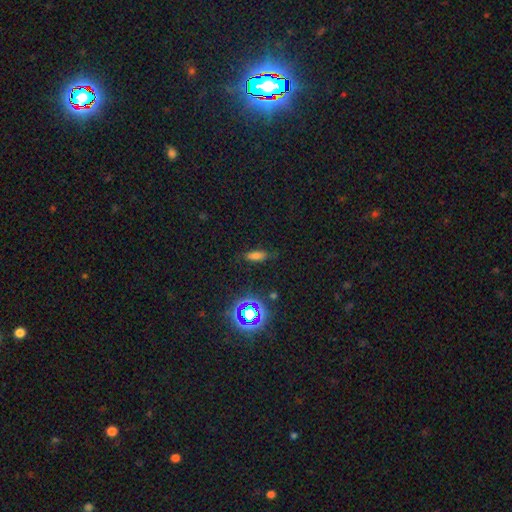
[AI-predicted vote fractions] smooth-or-featured: smooth: 69% | star or artifact: 20% | featured or disk: 11%
  how-rounded: in between: 62% | cigar-shaped: 33% | round: 4%
  merging: none: 77% | minor disturbance: 16% | major disturbance: 5% | merger: 2%